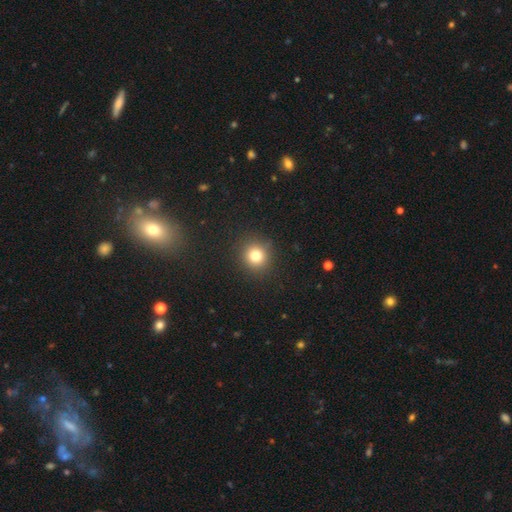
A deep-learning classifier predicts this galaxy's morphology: Smooth or featured? smooth (79%)
How rounded? round (91%)
Merging? none (90%)